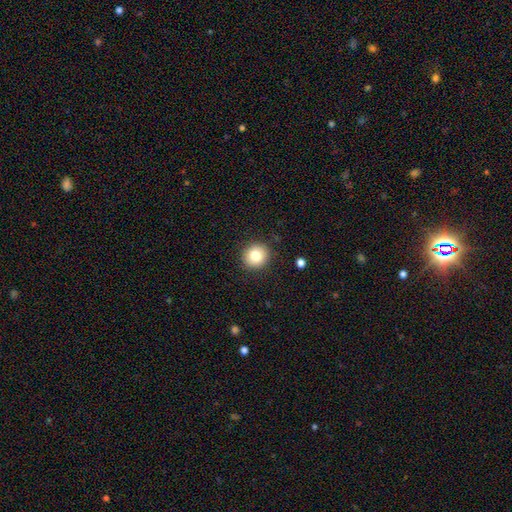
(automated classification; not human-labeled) Smooth or featured: smooth — 80% (featured or disk — 10%)
How rounded: round — 89% (in between — 10%)
Merging: none — 90% (minor disturbance — 7%)